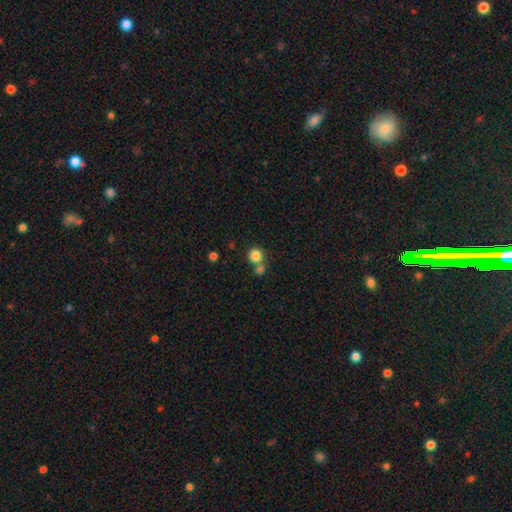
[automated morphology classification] A smooth galaxy with no disk features (83%) that is round (90%). Merging: none (55%).